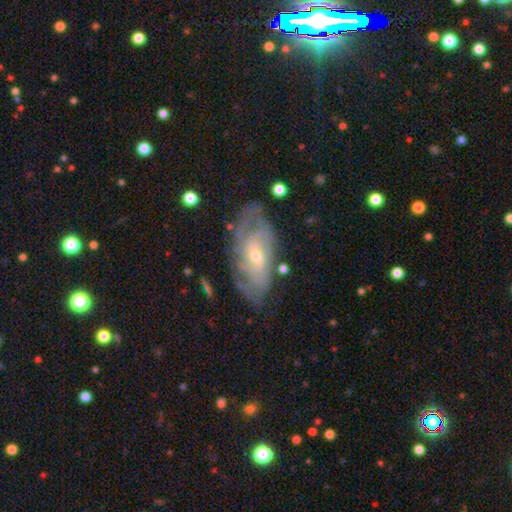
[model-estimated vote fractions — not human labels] A featured or disk galaxy (82%) with no bar (59%), tight (60%) spiral arms (91%) and a small central bulge (64%).

Vote fractions:
- Smooth or featured? featured or disk: 82% / smooth: 12% / star or artifact: 6%
- Edge-on disk? no: 93% / yes: 7%
- Bar? no: 59% / weak: 34% / strong: 7%
- Spiral arms? yes: 91% / no: 9%
- Spiral winding? tight: 60% / medium: 31% / loose: 9%
- Spiral arm count? can't tell: 45% / 2: 22% / 3: 14% / 4: 10% / more than 4: 5% / 1: 4%
- Bulge size? small: 64% / moderate: 33% / large: 1% / none: 1% / dominant: 1%
- Merging? none: 70% / minor disturbance: 20% / major disturbance: 8% / merger: 2%